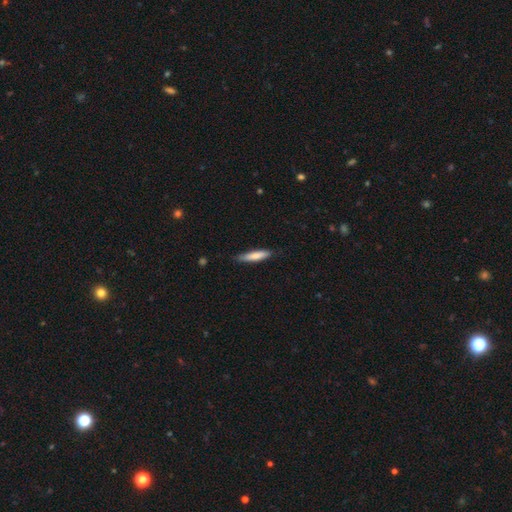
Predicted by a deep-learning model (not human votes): Smooth or featured? smooth (78%)
How rounded? cigar-shaped (84%)
Merging? none (82%)